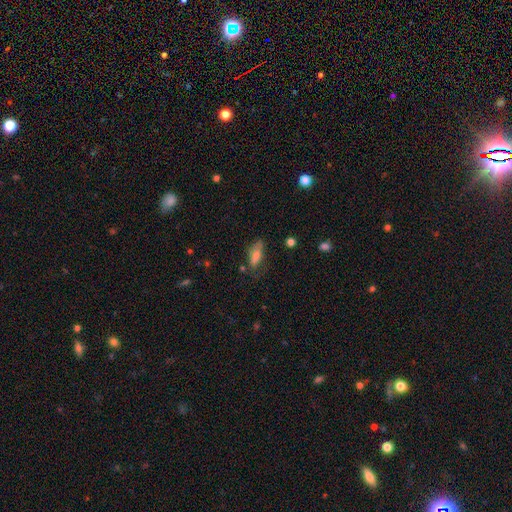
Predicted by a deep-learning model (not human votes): The model was most divided on "merging": none: 56%, minor disturbance: 28%, major disturbance: 12%, merger: 4%. More confident: smooth or featured — smooth (69%); how rounded — in between (66%).